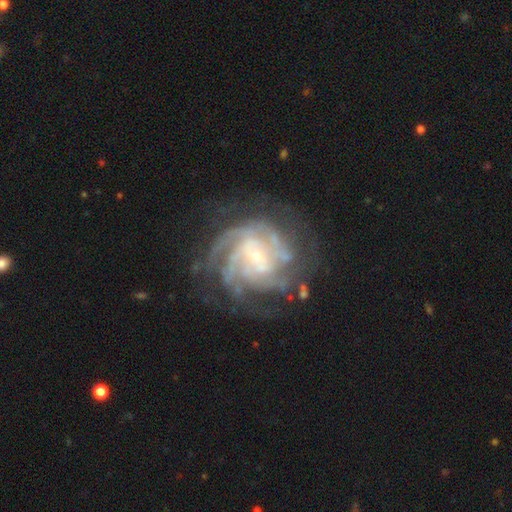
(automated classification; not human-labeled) Smooth or featured?
  - featured or disk: 87% *
  - star or artifact: 7%
  - smooth: 7%
Edge-on disk?
  - no: 98% *
  - yes: 2%
Bar?
  - no: 51% *
  - weak: 39%
  - strong: 11%
Spiral arms?
  - yes: 95% *
  - no: 5%
Spiral winding?
  - tight: 58% *
  - medium: 34%
  - loose: 8%
Spiral arm count?
  - 4: 30% *
  - can't tell: 26%
  - 3: 17%
  - more than 4: 13%
  - 2: 9%
  - 1: 6%
Bulge size?
  - small: 66% *
  - moderate: 20%
  - none: 9%
  - large: 4%
  - dominant: 1%
Merging?
  - none: 66% *
  - minor disturbance: 17%
  - major disturbance: 15%
  - merger: 2%